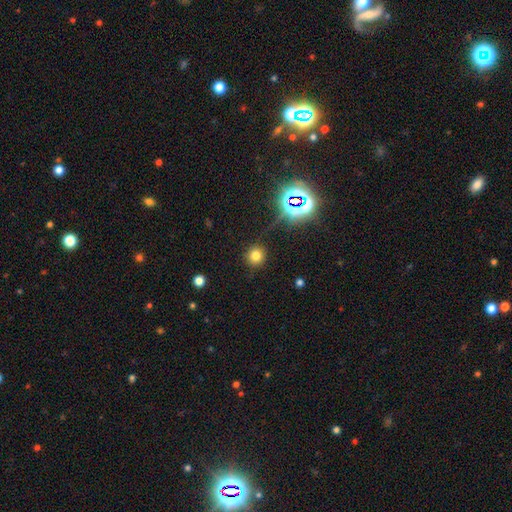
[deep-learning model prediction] smooth_or_featured: smooth (p=0.71) [alt: star or artifact p=0.21]
how_rounded: round (p=0.92) [alt: in between p=0.07]
merging: none (p=0.88) [alt: minor disturbance p=0.07]